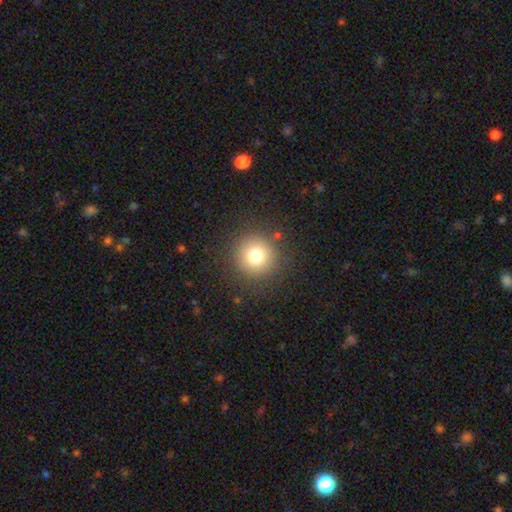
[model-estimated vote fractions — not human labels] Smooth or featured?
  - smooth: 77% *
  - star or artifact: 13%
  - featured or disk: 10%
How rounded?
  - round: 95% *
  - in between: 4%
  - cigar-shaped: 1%
Merging?
  - none: 88% *
  - minor disturbance: 7%
  - major disturbance: 3%
  - merger: 1%